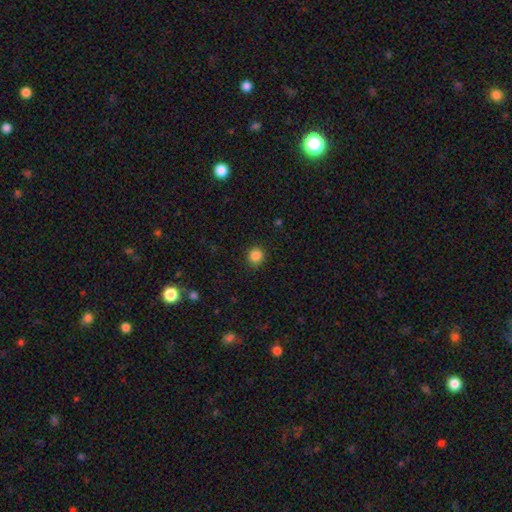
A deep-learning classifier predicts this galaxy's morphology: Smooth or featured? Predicted: smooth (p=0.86). How rounded? Predicted: round (p=0.90). Merging? Predicted: none (p=0.90).